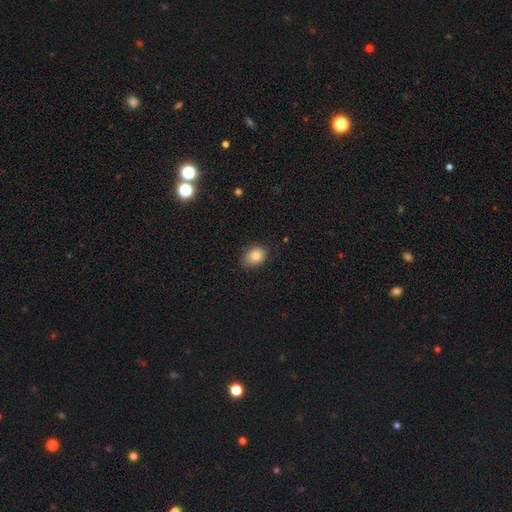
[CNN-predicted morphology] Smooth or featured?
  - smooth: 84% *
  - star or artifact: 8%
  - featured or disk: 8%
How rounded?
  - in between: 71% *
  - round: 28%
  - cigar-shaped: 1%
Merging?
  - none: 69% *
  - minor disturbance: 25%
  - major disturbance: 5%
  - merger: 1%